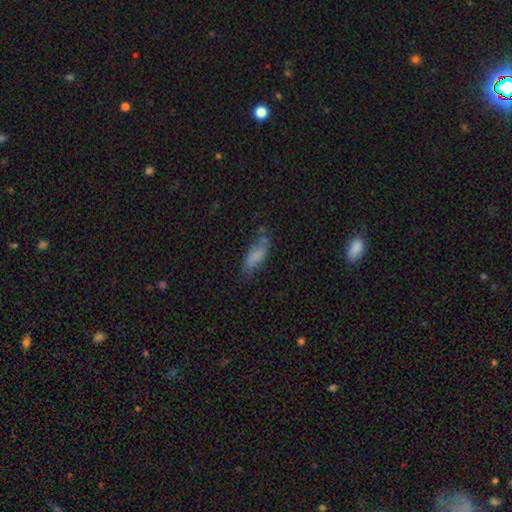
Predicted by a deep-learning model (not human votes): A smooth galaxy with no disk features (73%) that is in between round and cigar-shaped (67%).

Vote fractions:
- Smooth or featured? smooth: 73% / featured or disk: 18% / star or artifact: 9%
- How rounded? in between: 67% / cigar-shaped: 31% / round: 2%
- Merging? none: 54% / minor disturbance: 28% / major disturbance: 12% / merger: 6%